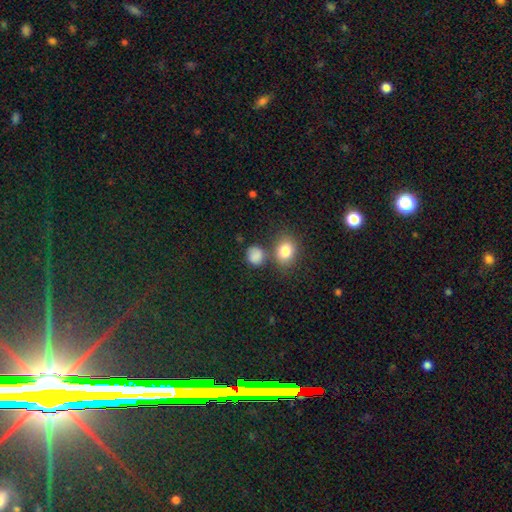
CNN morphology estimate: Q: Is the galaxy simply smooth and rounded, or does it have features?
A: smooth — 83%.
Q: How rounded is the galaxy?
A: round — 71%.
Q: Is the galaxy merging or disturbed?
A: none — 65%.